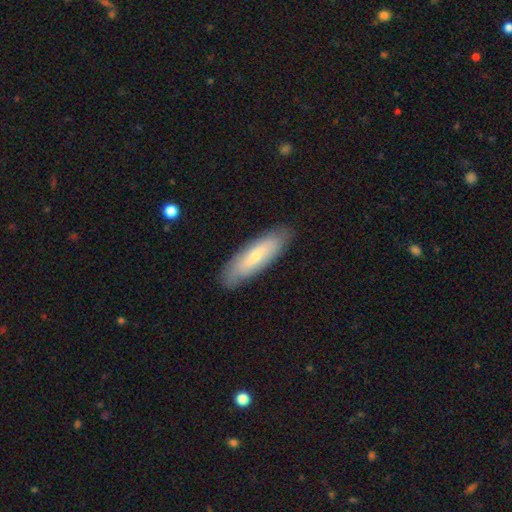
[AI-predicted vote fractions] The model was most divided on "how rounded": cigar-shaped: 53%, in between: 45%, round: 2%. More confident: merging — none (85%); smooth or featured — smooth (58%).